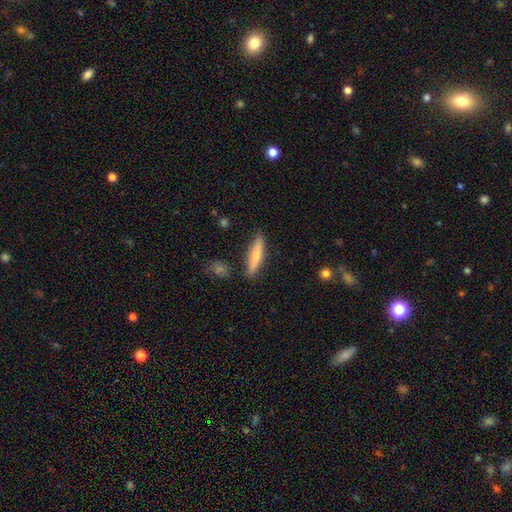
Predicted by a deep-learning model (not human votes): Smooth or featured?
  - smooth: 60% *
  - featured or disk: 34%
  - star or artifact: 6%
How rounded?
  - cigar-shaped: 82% *
  - in between: 16%
  - round: 2%
Merging?
  - none: 85% *
  - minor disturbance: 10%
  - merger: 3%
  - major disturbance: 2%